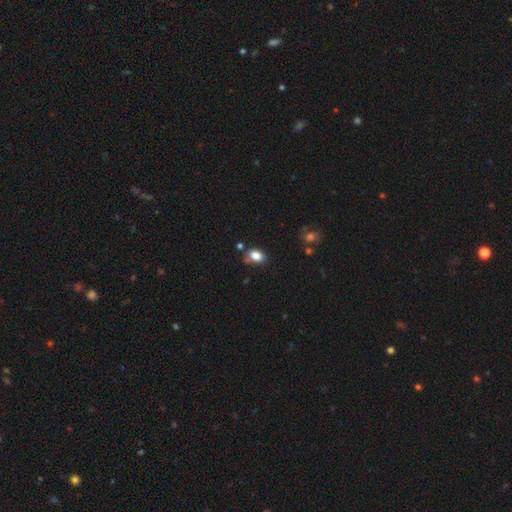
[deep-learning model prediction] Smooth or featured?
  - smooth: 84% *
  - star or artifact: 10%
  - featured or disk: 6%
How rounded?
  - in between: 82% *
  - round: 17%
  - cigar-shaped: 1%
Merging?
  - none: 69% *
  - minor disturbance: 18%
  - merger: 9%
  - major disturbance: 4%